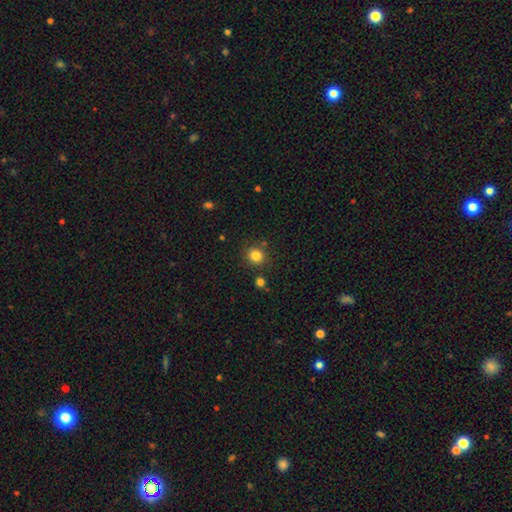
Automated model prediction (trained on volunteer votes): A smooth galaxy with no disk features (83%) that is round (89%). Merging: none (83%).